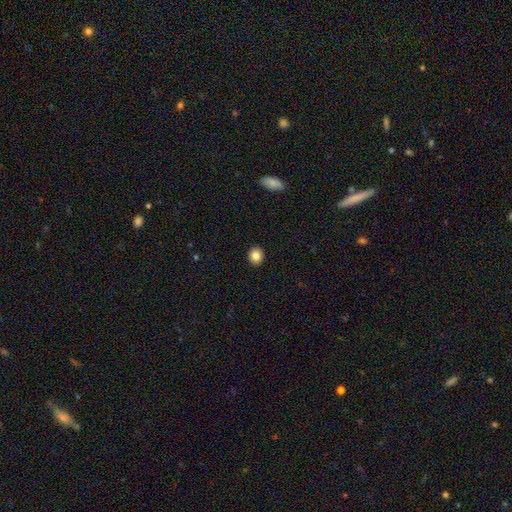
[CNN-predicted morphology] smooth 84%, star or artifact 10%, featured or disk 6%. Down the decision tree: how rounded — round (80%); merging — none (93%).